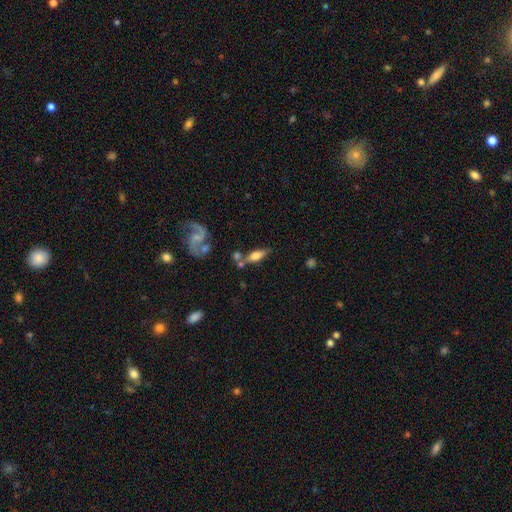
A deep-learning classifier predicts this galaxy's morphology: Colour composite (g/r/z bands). It shows a smooth galaxy with no disk features (47%). Merging: none (62%).